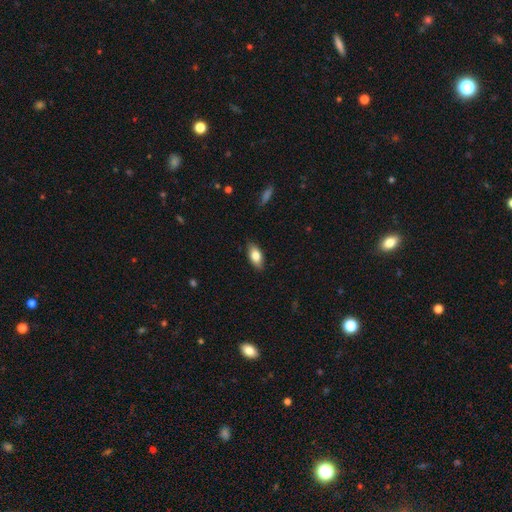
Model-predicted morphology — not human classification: Q: Smooth or featured?
A: smooth (79%); runner-up: featured or disk (14%)
Q: How rounded?
A: in between (88%); runner-up: cigar-shaped (9%)
Q: Merging?
A: none (86%); runner-up: minor disturbance (11%)